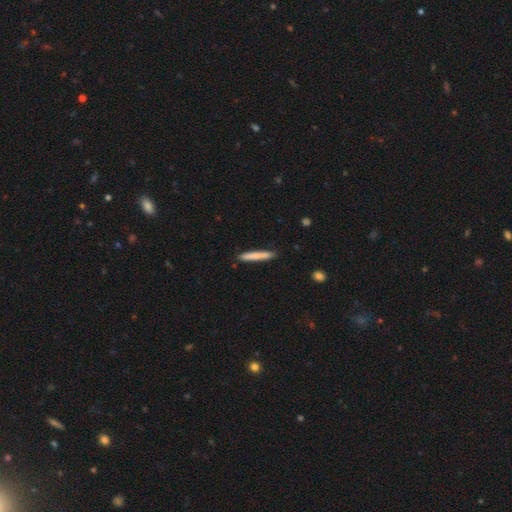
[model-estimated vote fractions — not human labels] smooth 78%, featured or disk 17%, star or artifact 5%. Down the decision tree: how rounded — cigar-shaped (95%); merging — none (88%).